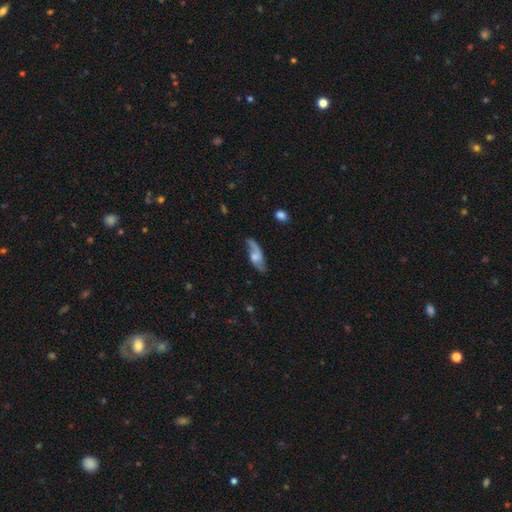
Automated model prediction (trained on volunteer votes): Smooth or featured? Predicted: featured or disk (p=0.62). Edge-on disk? Predicted: no (p=0.86). Bar? Predicted: no (p=0.58). Spiral arms? Predicted: yes (p=0.88). Bulge size? Predicted: moderate (p=0.40). Merging? Predicted: none (p=0.58).